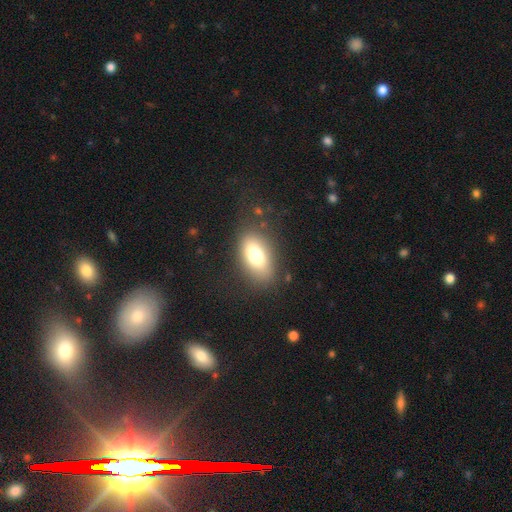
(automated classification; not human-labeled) This is likely a smooth galaxy (74%). How rounded: clearly in between (87%). Merging: likely none (78%).